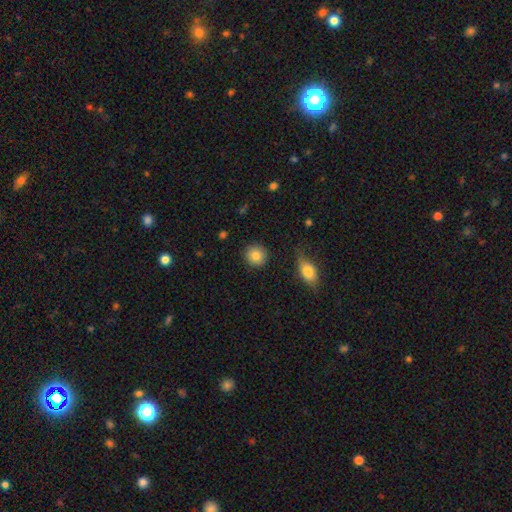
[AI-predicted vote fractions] smooth 85%, star or artifact 8%, featured or disk 6%. Down the decision tree: how rounded — round (91%); merging — none (89%).